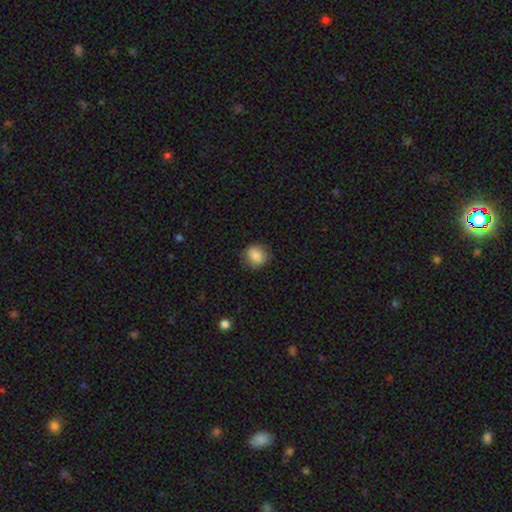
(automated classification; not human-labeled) A smooth galaxy with no disk features (86%) that is round (72%). Merging: none (82%).